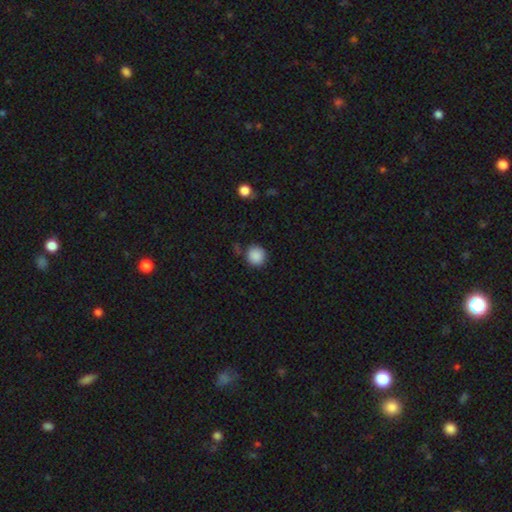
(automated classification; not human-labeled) Morphology: type=smooth (88%); roundness=round (93%); merging=none (83%).